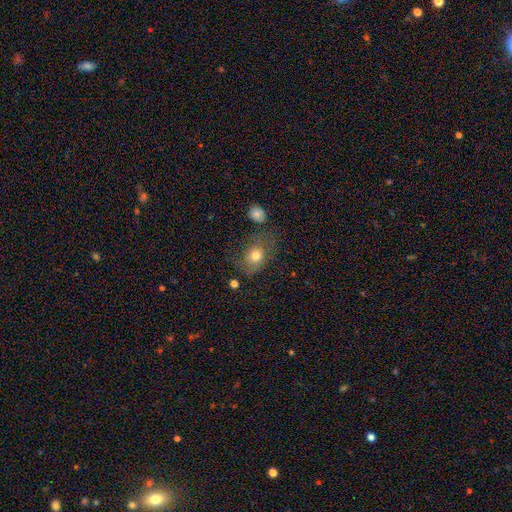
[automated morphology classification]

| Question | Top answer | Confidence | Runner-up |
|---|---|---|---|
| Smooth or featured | smooth | 66% | featured or disk (23%) |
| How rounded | in between | 50% | round (49%) |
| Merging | none | 53% | minor disturbance (24%) |